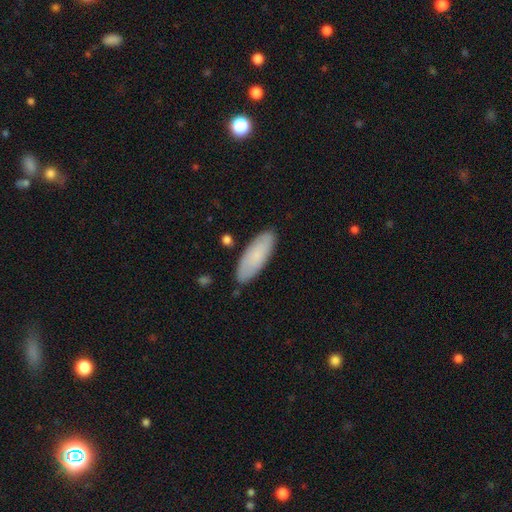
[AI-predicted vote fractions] The model was most divided on "how rounded": in between: 69%, cigar-shaped: 29%, round: 2%. More confident: merging — none (84%); smooth or featured — smooth (79%).